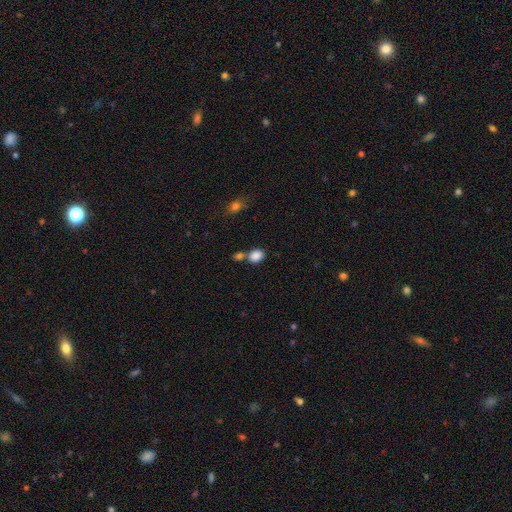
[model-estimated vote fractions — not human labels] Smooth or featured? Predicted: smooth (p=0.86). How rounded? Predicted: in between (p=0.61). Merging? Predicted: none (p=0.53).